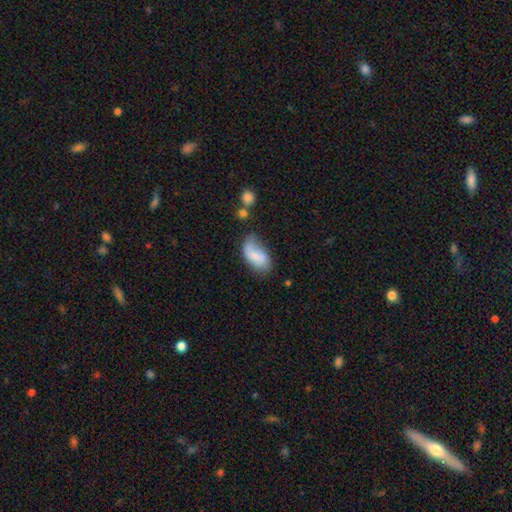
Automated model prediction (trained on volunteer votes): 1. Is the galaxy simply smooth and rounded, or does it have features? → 68% smooth, 25% featured or disk, 7% star or artifact.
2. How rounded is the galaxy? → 93% in between, 4% round, 3% cigar-shaped.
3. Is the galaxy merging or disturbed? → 43% none, 32% minor disturbance, 15% major disturbance, 10% merger.